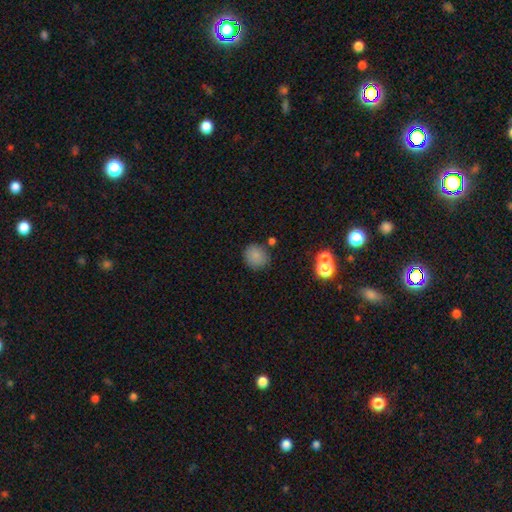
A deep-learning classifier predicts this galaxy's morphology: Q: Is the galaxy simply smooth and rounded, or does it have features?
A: smooth — 83%.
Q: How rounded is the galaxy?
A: round — 84%.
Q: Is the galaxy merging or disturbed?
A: none — 80%.